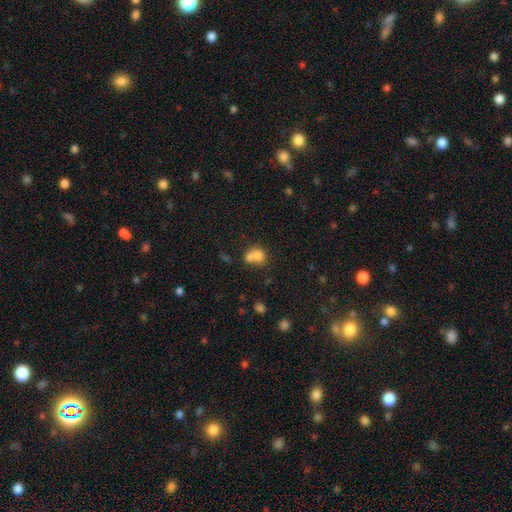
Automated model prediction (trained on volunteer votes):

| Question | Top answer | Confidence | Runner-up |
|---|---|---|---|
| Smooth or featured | smooth | 74% | featured or disk (16%) |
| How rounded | round | 68% | in between (31%) |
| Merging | merger | 63% | none (27%) |